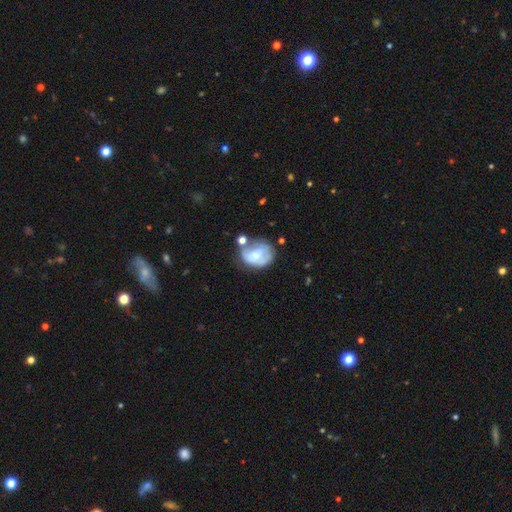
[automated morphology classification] Q: Smooth or featured?
A: smooth (56%); runner-up: featured or disk (36%)
Q: How rounded?
A: in between (55%); runner-up: round (44%)
Q: Merging?
A: none (32%); runner-up: minor disturbance (29%)